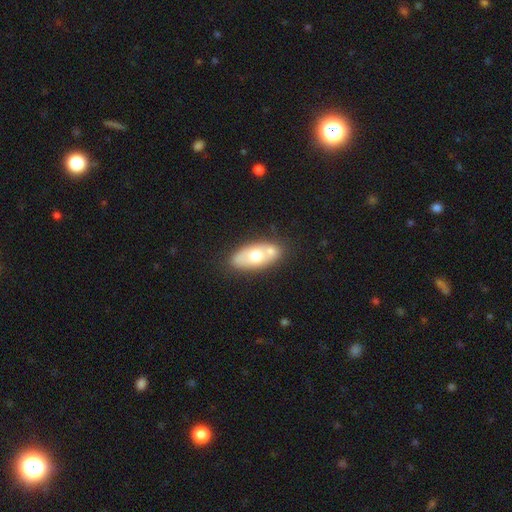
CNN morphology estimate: type=smooth (56%); roundness=in between (85%); merging=none (56%).